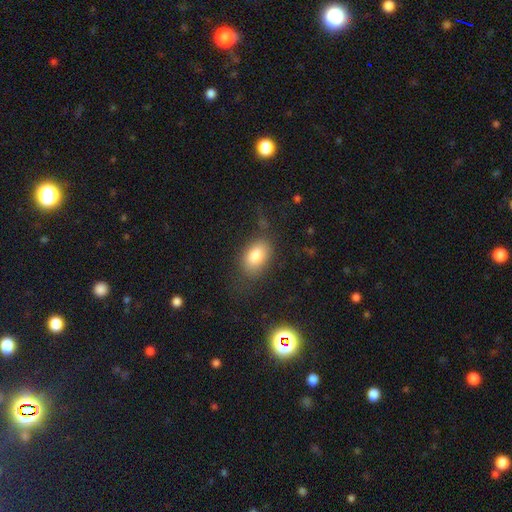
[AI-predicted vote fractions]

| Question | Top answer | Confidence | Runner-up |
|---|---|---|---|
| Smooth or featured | smooth | 81% | featured or disk (10%) |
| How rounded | in between | 86% | round (12%) |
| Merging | none | 74% | minor disturbance (16%) |